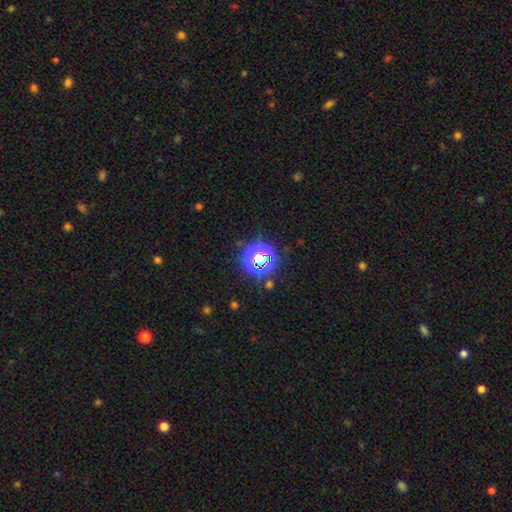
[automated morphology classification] smooth_or_featured: star or artifact (p=0.60) [alt: smooth p=0.30]